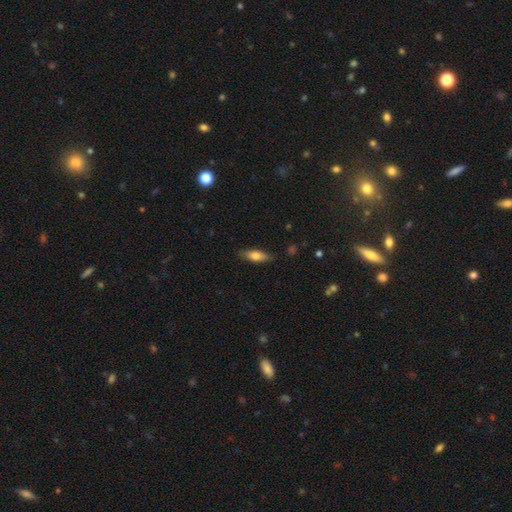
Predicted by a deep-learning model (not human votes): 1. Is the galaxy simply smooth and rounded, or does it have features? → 71% smooth, 22% featured or disk, 7% star or artifact.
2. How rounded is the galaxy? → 61% in between, 36% cigar-shaped, 3% round.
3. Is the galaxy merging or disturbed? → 83% none, 14% minor disturbance, 2% major disturbance, 1% merger.